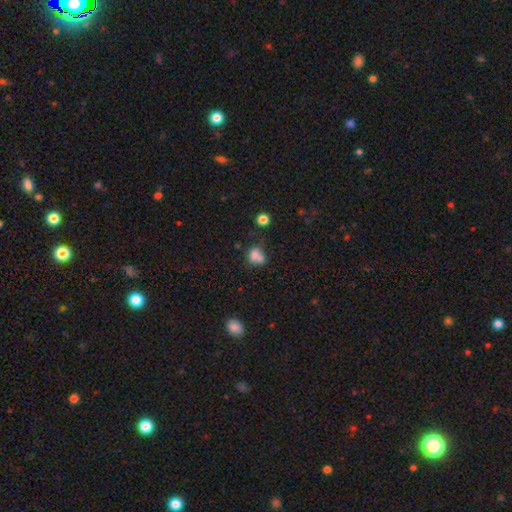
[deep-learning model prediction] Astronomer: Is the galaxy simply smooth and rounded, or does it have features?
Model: smooth — 72%.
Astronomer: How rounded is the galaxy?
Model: round — 56% (runner-up: in between, 42%).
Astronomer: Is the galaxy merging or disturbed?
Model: merger — 45% (runner-up: none, 33%).